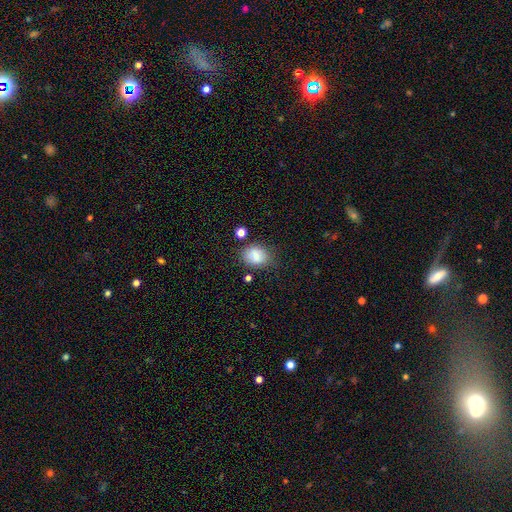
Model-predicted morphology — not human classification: Smooth or featured? Predicted: smooth (p=0.79). How rounded? Predicted: in between (p=0.59). Merging? Predicted: none (p=0.72).